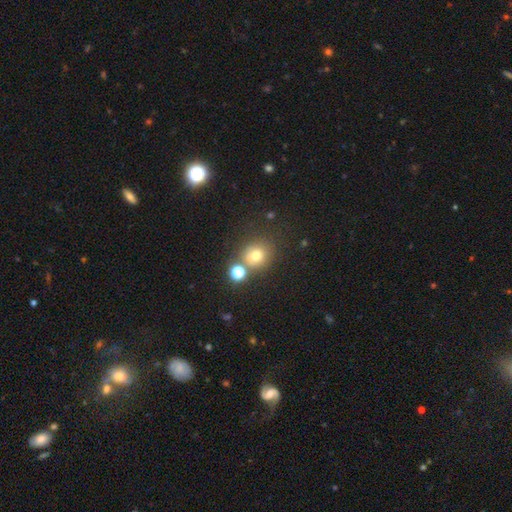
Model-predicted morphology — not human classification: The model was most divided on "merging": none: 68%, merger: 17%, minor disturbance: 11%, major disturbance: 5%. More confident: how rounded — round (85%); smooth or featured — smooth (71%).